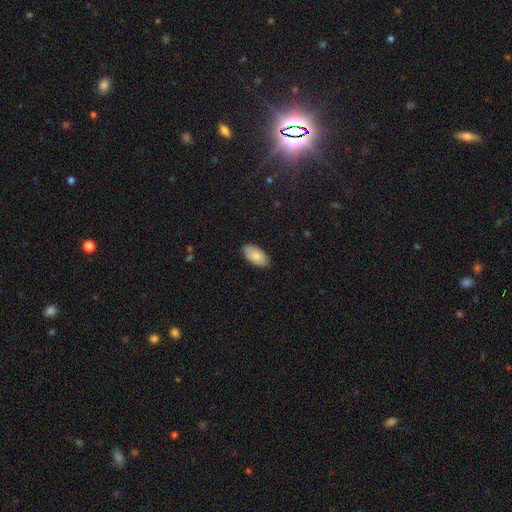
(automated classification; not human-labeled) Smooth or featured? Predicted: smooth (p=0.84). How rounded? Predicted: in between (p=0.95). Merging? Predicted: none (p=0.84).